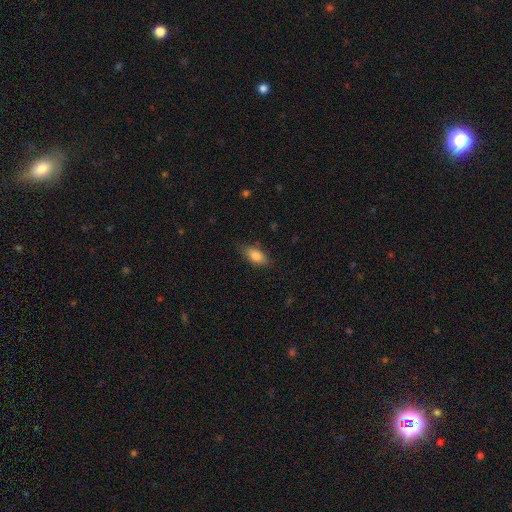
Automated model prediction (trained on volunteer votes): This is clearly a smooth galaxy (83%). How rounded: clearly in between (87%). Merging: clearly none (80%).